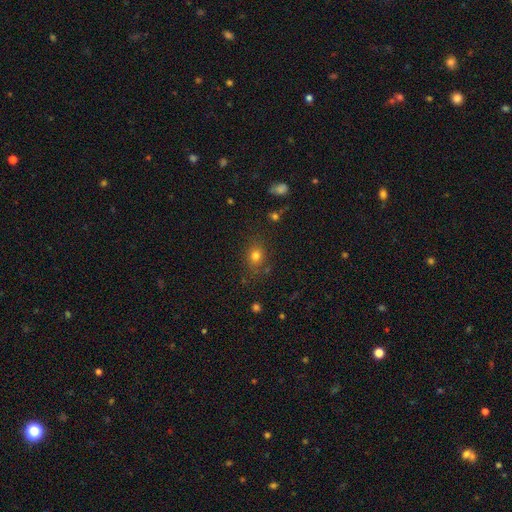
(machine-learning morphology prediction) Q: Smooth or featured?
A: smooth (76%); runner-up: star or artifact (15%)
Q: How rounded?
A: round (52%); runner-up: in between (46%)
Q: Merging?
A: none (79%); runner-up: minor disturbance (14%)